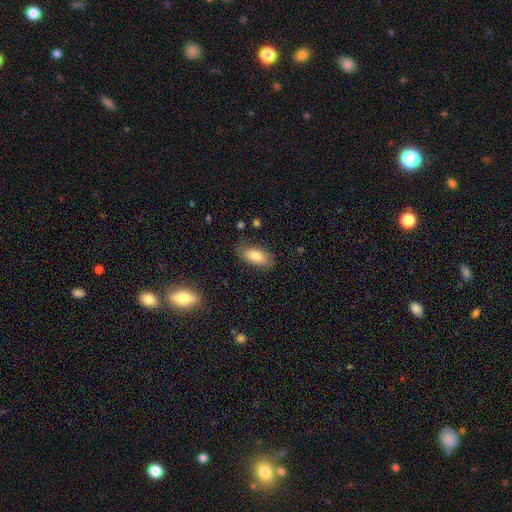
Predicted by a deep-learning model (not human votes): A smooth galaxy with no disk features (78%) that is in between round and cigar-shaped (88%).

Vote fractions:
- Smooth or featured? smooth: 78% / featured or disk: 15% / star or artifact: 7%
- How rounded? in between: 88% / cigar-shaped: 9% / round: 3%
- Merging? none: 76% / minor disturbance: 18% / major disturbance: 4% / merger: 2%